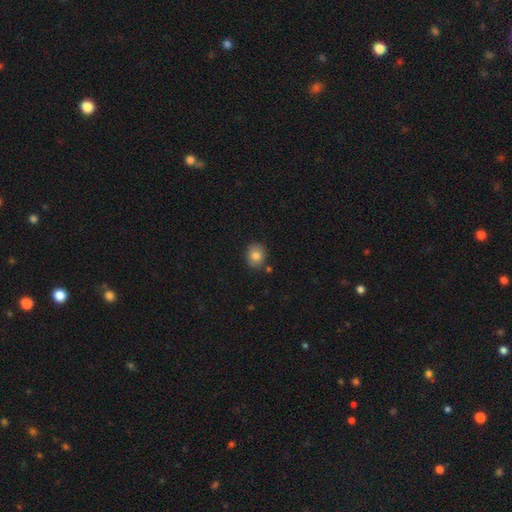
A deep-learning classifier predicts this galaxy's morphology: type=smooth (83%); roundness=round (60%); merging=none (84%).